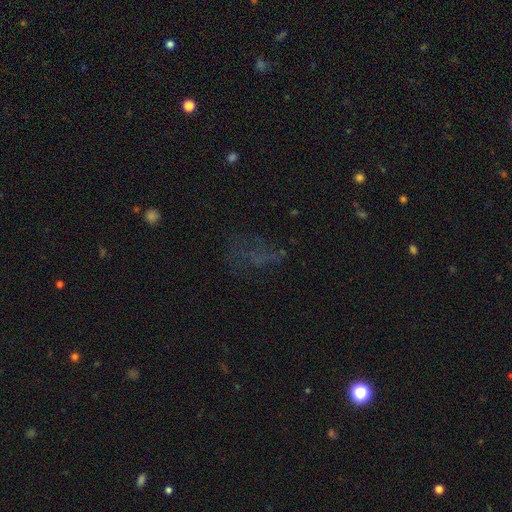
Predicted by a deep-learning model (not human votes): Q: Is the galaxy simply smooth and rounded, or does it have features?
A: star or artifact — 41%.